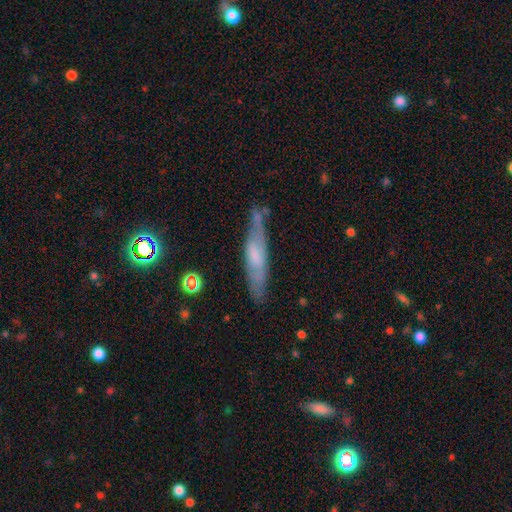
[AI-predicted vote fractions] Smooth or featured? Predicted: featured or disk (p=0.52). Edge-on disk? Predicted: yes (p=0.62). Merging? Predicted: none (p=0.67).